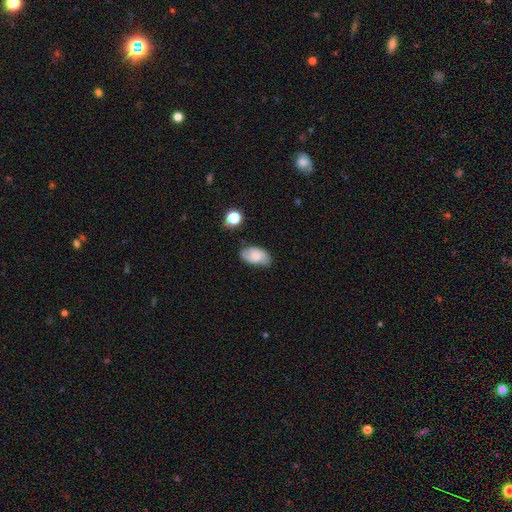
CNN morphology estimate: Q: Smooth or featured?
A: smooth (50%); runner-up: featured or disk (41%)
Q: Merging?
A: none (71%); runner-up: minor disturbance (21%)